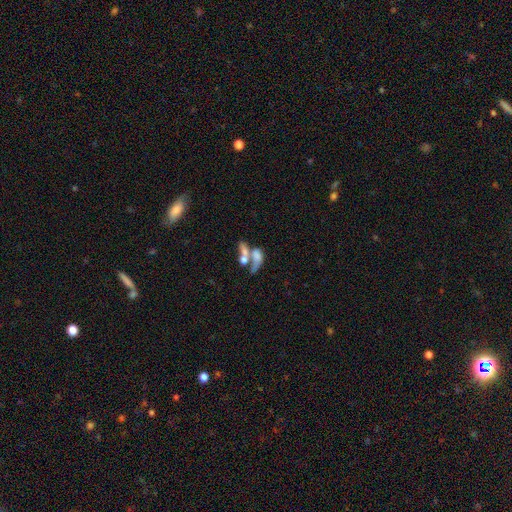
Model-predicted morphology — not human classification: This is possibly a smooth galaxy (50%). How rounded: likely in between (71%). Merging: possibly merger (59%).